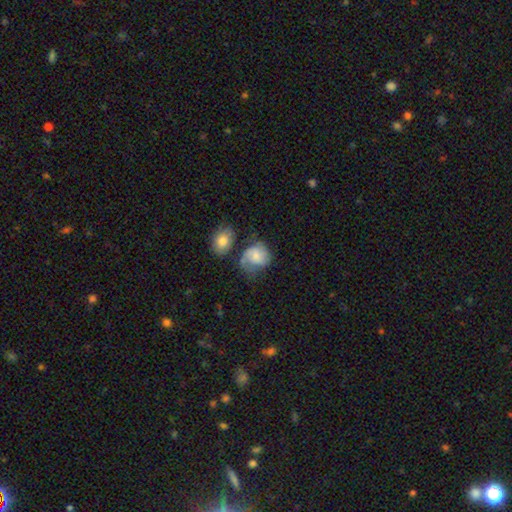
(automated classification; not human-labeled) This appears to be a smooth galaxy with no disk features (48%). Merging: none (41%).